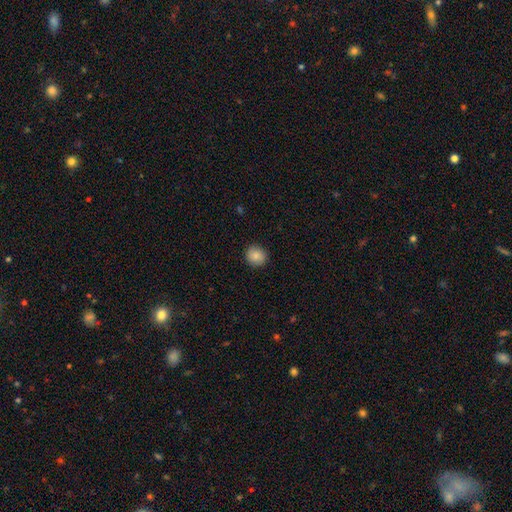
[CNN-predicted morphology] smooth_or_featured: smooth (p=0.86) [alt: star or artifact p=0.09]
how_rounded: round (p=0.89) [alt: in between p=0.10]
merging: none (p=0.91) [alt: minor disturbance p=0.06]